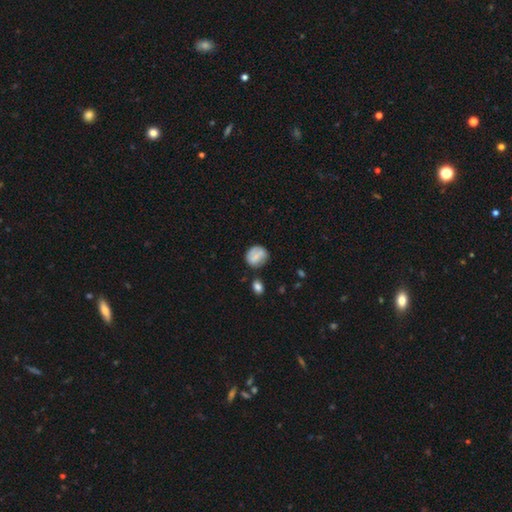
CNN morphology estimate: Q: Smooth or featured?
A: smooth (68%); runner-up: featured or disk (24%)
Q: How rounded?
A: round (71%); runner-up: in between (27%)
Q: Merging?
A: none (60%); runner-up: minor disturbance (24%)